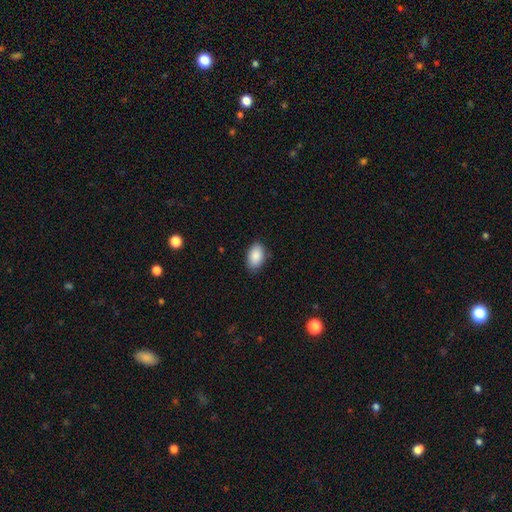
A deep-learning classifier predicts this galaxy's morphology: Smooth or featured: smooth — 89% (star or artifact — 7%)
How rounded: in between — 92% (round — 6%)
Merging: none — 85% (minor disturbance — 12%)